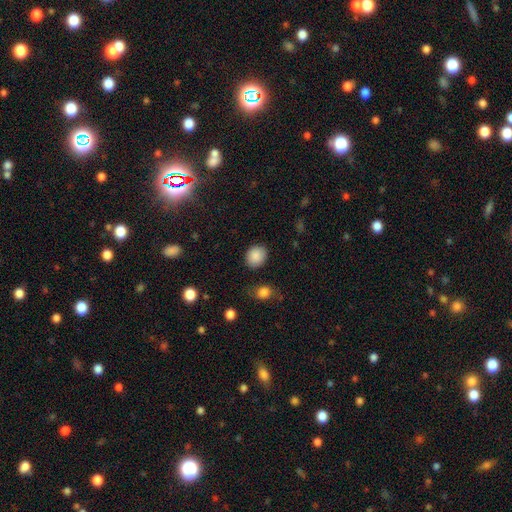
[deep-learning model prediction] The model was most divided on "how rounded": round: 60%, in between: 39%, cigar-shaped: 1%. More confident: smooth or featured — smooth (88%); merging — none (85%).